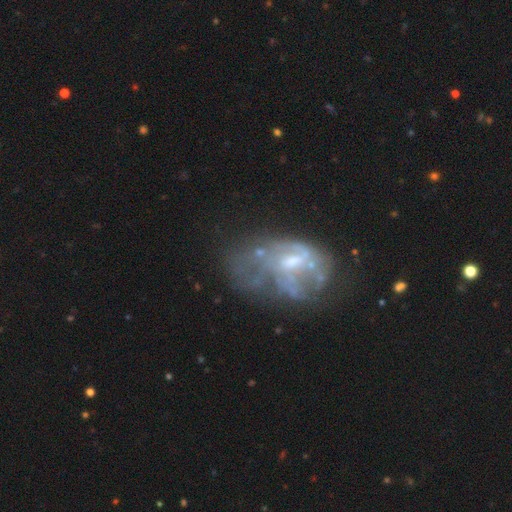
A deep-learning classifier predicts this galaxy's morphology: This appears to be a featured or disk galaxy (67%) with no bar (58%), no spiral arms (69%) and a small central bulge (39%). Merging: major disturbance (37%).